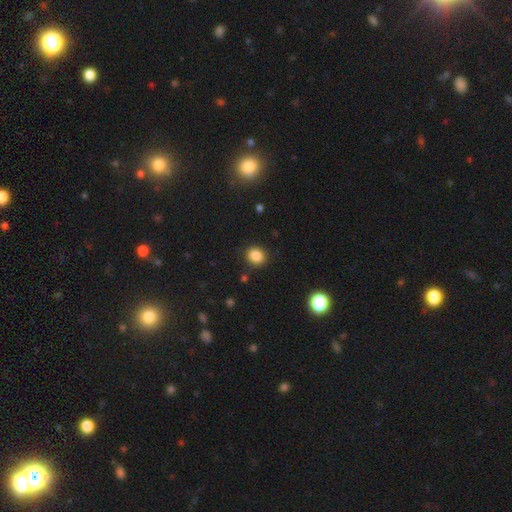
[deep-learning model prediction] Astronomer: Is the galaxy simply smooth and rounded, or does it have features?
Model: smooth — 86%.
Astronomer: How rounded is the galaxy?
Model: round — 72%.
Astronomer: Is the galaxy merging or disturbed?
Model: none — 87%.